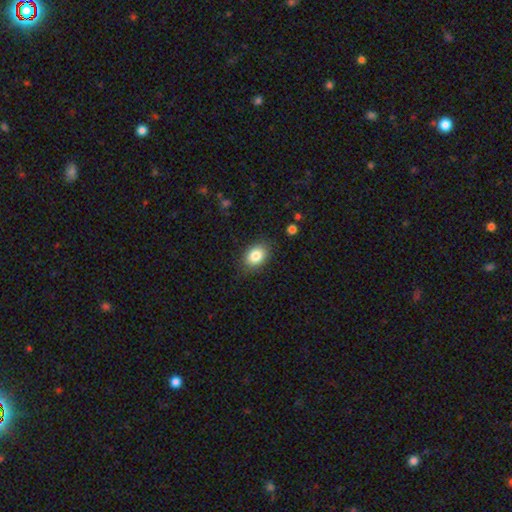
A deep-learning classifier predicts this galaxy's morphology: smooth_or_featured: smooth (p=0.84) [alt: star or artifact p=0.08]
how_rounded: in between (p=0.72) [alt: round p=0.27]
merging: none (p=0.83) [alt: minor disturbance p=0.12]